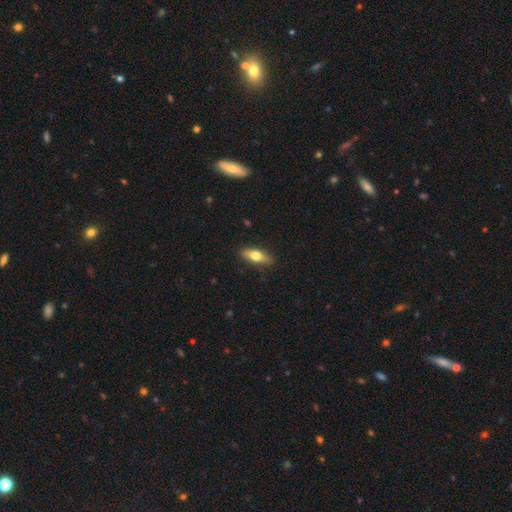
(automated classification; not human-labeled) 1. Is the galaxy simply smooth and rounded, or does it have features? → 61% smooth, 33% featured or disk, 6% star or artifact.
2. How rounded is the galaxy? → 60% in between, 36% cigar-shaped, 4% round.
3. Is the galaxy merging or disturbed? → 87% none, 9% minor disturbance, 2% major disturbance, 1% merger.